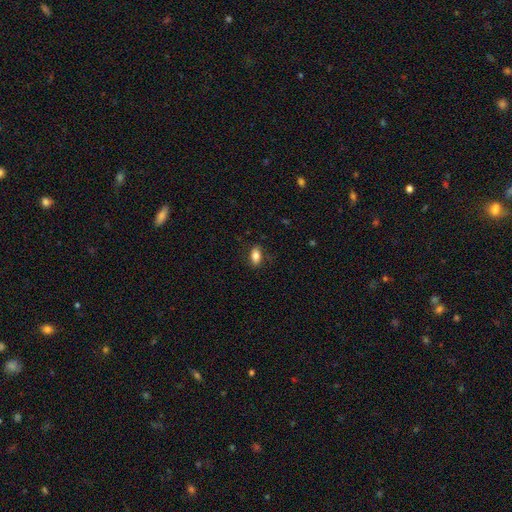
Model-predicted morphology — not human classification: Smooth or featured? Predicted: smooth (p=0.83). How rounded? Predicted: in between (p=0.88). Merging? Predicted: none (p=0.83).